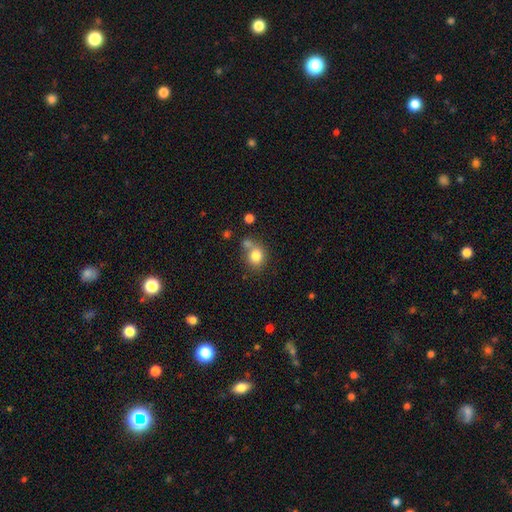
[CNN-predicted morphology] A smooth galaxy with no disk features (80%) that is round (74%). Merging: none (55%).